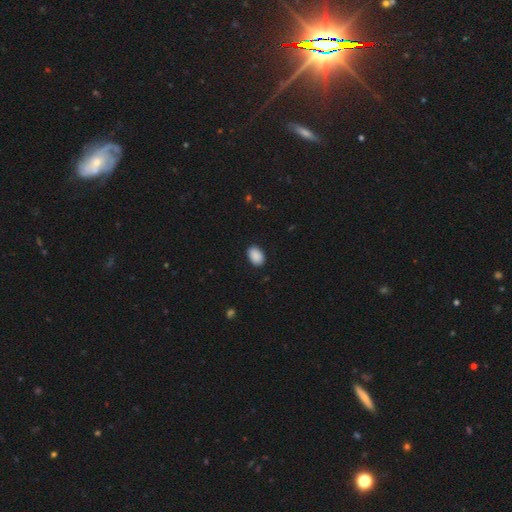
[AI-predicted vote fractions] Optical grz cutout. It shows a smooth galaxy with no disk features (90%) that is in between round and cigar-shaped (87%). Merging: none (89%).